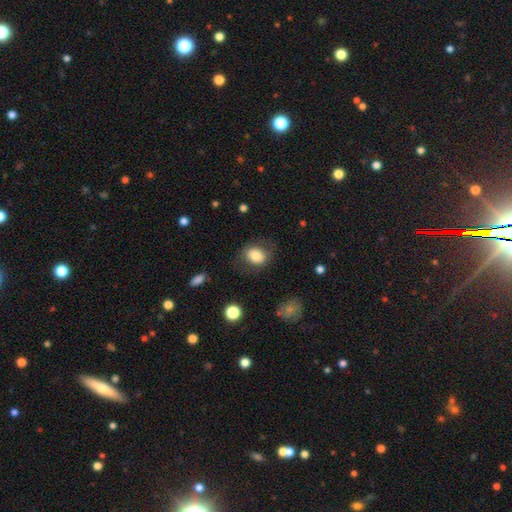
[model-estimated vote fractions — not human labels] Smooth or featured? Predicted: smooth (p=0.79). How rounded? Predicted: round (p=0.51). Merging? Predicted: none (p=0.73).